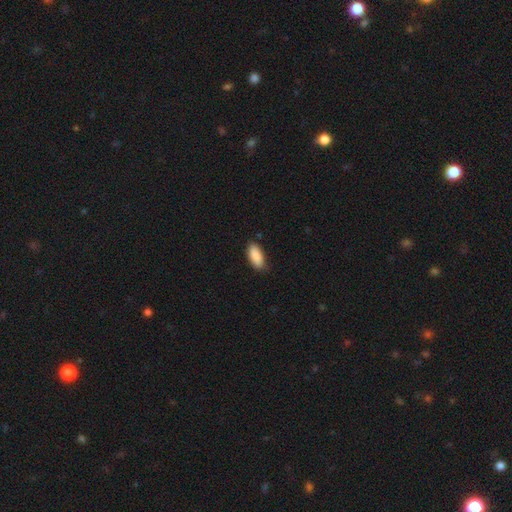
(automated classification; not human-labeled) smooth_or_featured: smooth (p=0.90) [alt: star or artifact p=0.06]
how_rounded: in between (p=0.89) [alt: cigar-shaped p=0.10]
merging: none (p=0.81) [alt: minor disturbance p=0.15]